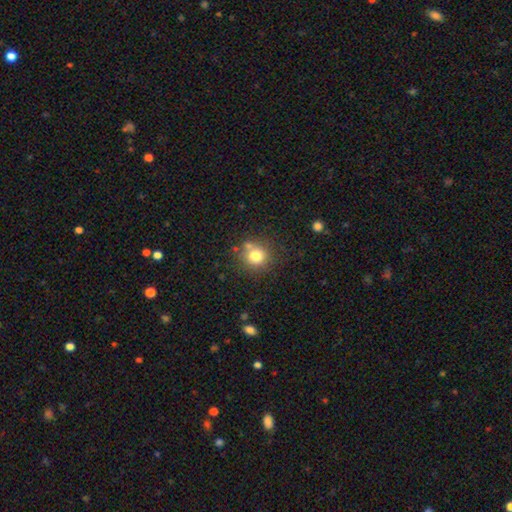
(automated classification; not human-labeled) smooth 78%, star or artifact 13%, featured or disk 10%. Down the decision tree: how rounded — round (90%); merging — none (72%).